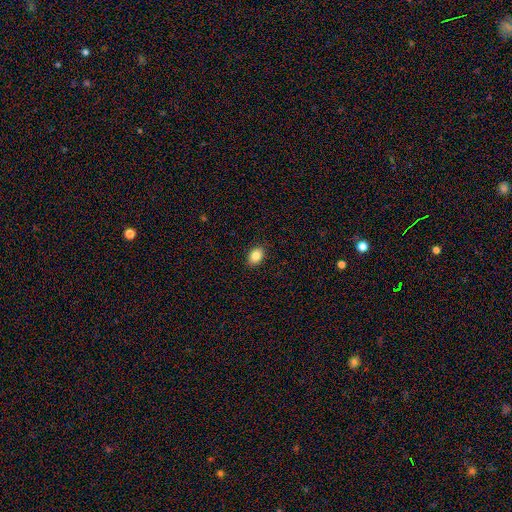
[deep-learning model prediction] Overall: smooth (85%). How rounded: in between (80%). Merging: none (89%).